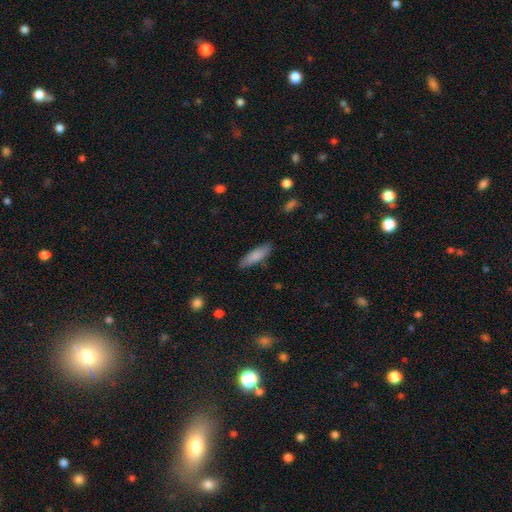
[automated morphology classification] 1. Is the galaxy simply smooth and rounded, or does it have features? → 82% smooth, 12% featured or disk, 6% star or artifact.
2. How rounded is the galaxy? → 53% cigar-shaped, 45% in between, 2% round.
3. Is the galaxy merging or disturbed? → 84% none, 12% minor disturbance, 2% major disturbance, 1% merger.